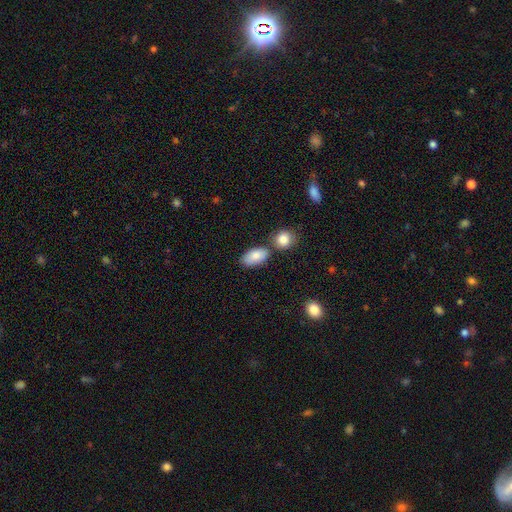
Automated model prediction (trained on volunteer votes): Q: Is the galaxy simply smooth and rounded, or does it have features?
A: smooth — 85%.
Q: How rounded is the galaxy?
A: in between — 91%.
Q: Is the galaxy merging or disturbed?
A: none — 64%.